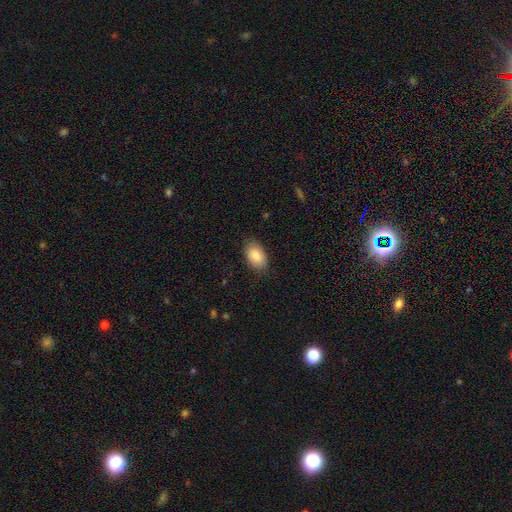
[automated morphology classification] smooth_or_featured: smooth (p=0.88) [alt: star or artifact p=0.06]
how_rounded: in between (p=0.92) [alt: round p=0.07]
merging: none (p=0.82) [alt: minor disturbance p=0.14]